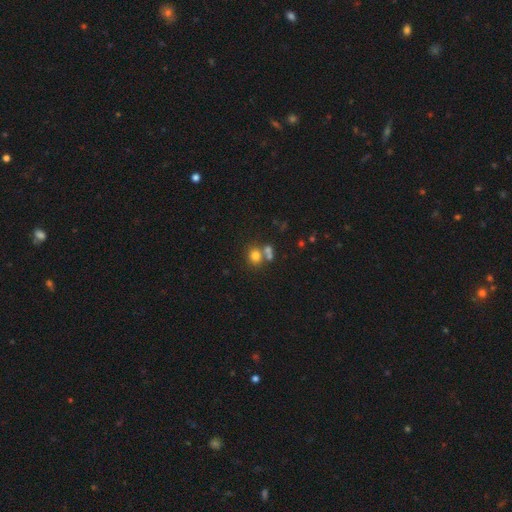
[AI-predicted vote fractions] The model was most divided on "merging": none: 51%, merger: 35%, minor disturbance: 9%, major disturbance: 4%. More confident: smooth or featured — smooth (76%); how rounded — round (67%).